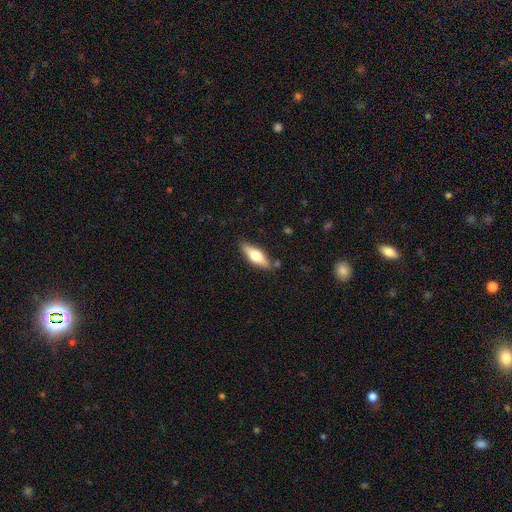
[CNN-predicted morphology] type=smooth (54%); roundness=in between (58%); merging=none (84%).